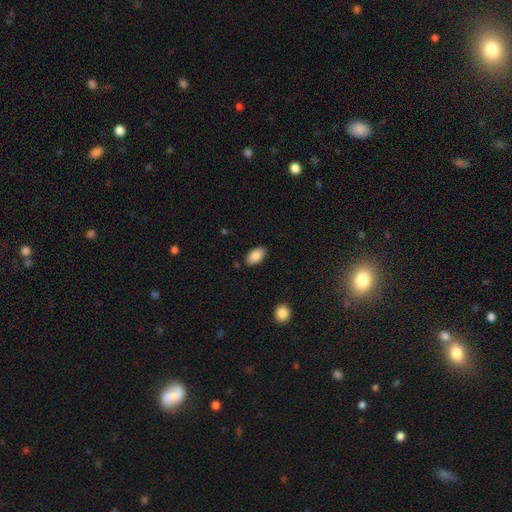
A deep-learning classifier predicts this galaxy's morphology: Smooth or featured? smooth (87%)
How rounded? in between (94%)
Merging? none (86%)